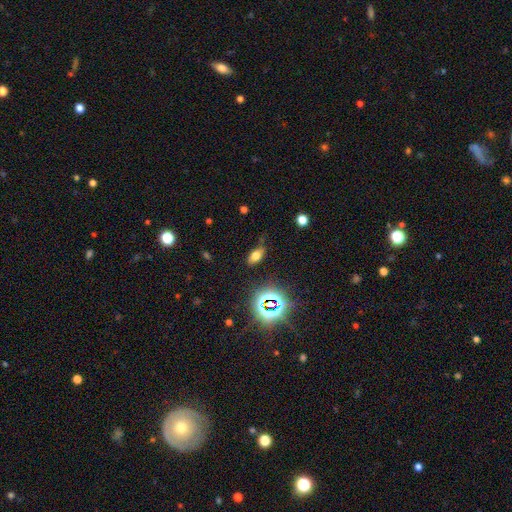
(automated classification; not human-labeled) smooth-or-featured: smooth: 65% | star or artifact: 23% | featured or disk: 12%
  how-rounded: in between: 85% | round: 8% | cigar-shaped: 7%
  merging: none: 78% | minor disturbance: 15% | major disturbance: 4% | merger: 3%